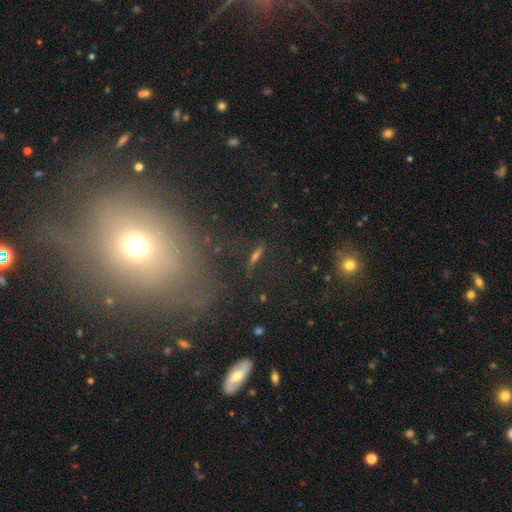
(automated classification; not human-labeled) featured or disk 41%, smooth 35%, star or artifact 25%. Down the decision tree: merging — none (79%).